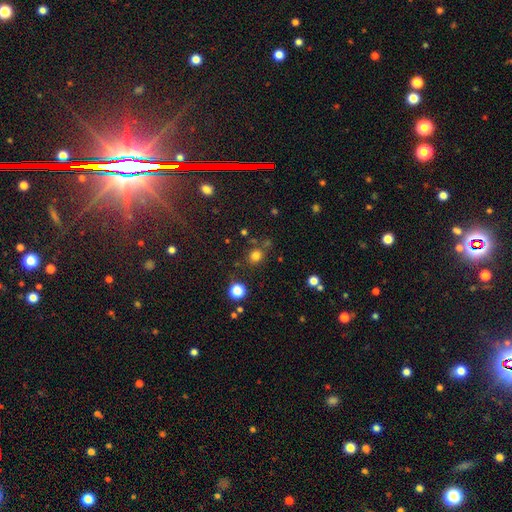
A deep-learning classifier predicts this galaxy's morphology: Smooth or featured?
  - smooth: 77% *
  - star or artifact: 17%
  - featured or disk: 6%
How rounded?
  - round: 77% *
  - in between: 22%
  - cigar-shaped: 1%
Merging?
  - none: 78% *
  - minor disturbance: 11%
  - merger: 7%
  - major disturbance: 4%